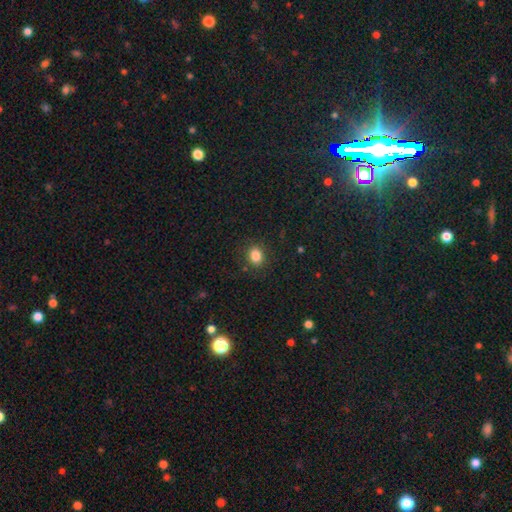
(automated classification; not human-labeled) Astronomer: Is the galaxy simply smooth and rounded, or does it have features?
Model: smooth — 84%.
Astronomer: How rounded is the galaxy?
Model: in between — 52% (runner-up: round, 47%).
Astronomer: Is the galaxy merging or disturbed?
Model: none — 86%.